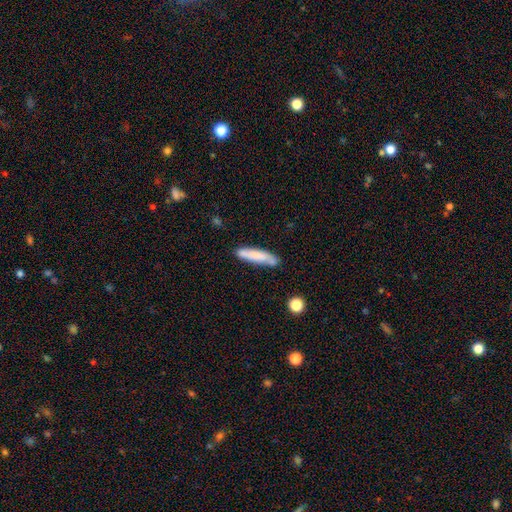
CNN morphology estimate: Smooth or featured: smooth — 75% (featured or disk — 19%)
How rounded: cigar-shaped — 84% (in between — 14%)
Merging: none — 76% (minor disturbance — 17%)